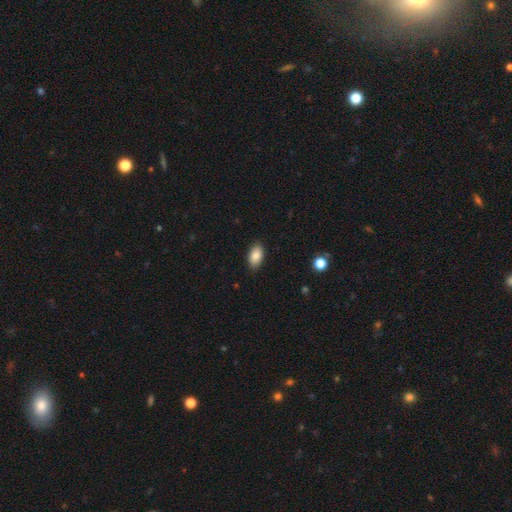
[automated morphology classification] smooth 87%, star or artifact 7%, featured or disk 5%. Down the decision tree: how rounded — in between (93%); merging — none (88%).